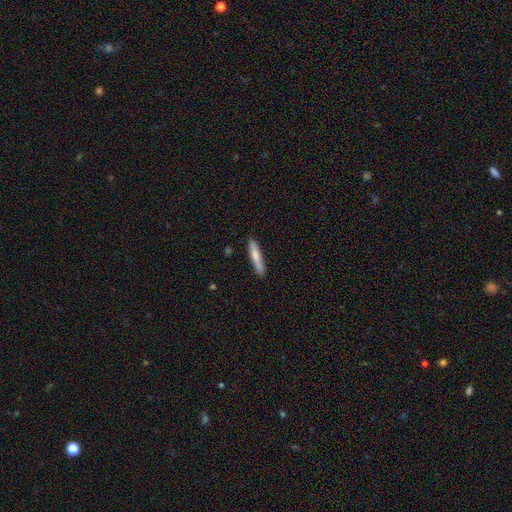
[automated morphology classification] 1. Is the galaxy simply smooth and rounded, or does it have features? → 75% smooth, 19% featured or disk, 5% star or artifact.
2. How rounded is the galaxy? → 91% cigar-shaped, 7% in between, 1% round.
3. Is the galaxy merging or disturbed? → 85% none, 11% minor disturbance, 2% major disturbance, 2% merger.